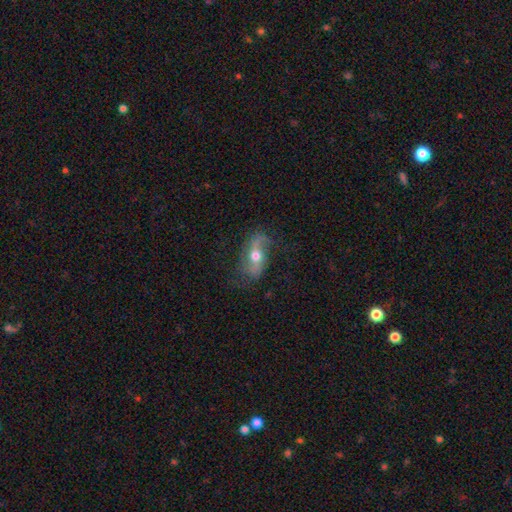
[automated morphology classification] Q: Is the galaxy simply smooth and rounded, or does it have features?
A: featured or disk — 71%.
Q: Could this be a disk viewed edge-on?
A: no — 89%.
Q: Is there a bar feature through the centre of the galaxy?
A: no — 44%.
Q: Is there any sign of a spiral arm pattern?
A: yes — 85%.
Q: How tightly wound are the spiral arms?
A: loose — 73%.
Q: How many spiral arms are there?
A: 2 — 84%.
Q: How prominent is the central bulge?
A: moderate — 75%.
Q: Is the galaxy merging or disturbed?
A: none — 65%.